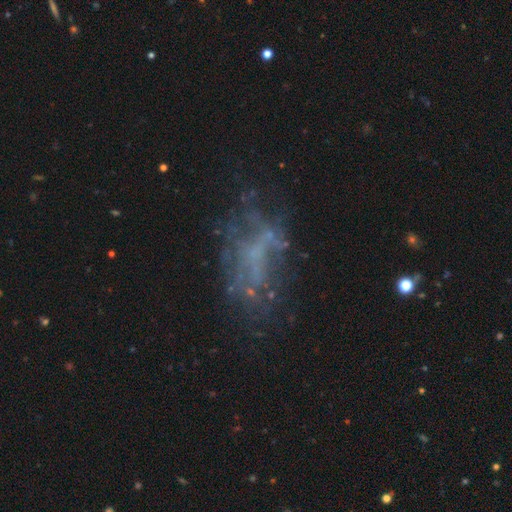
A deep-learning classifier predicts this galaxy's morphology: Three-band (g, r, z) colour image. It shows a featured or disk galaxy (57%) with no bar (86%), no spiral arms (88%) and no central bulge (80%). Merging: none (48%).